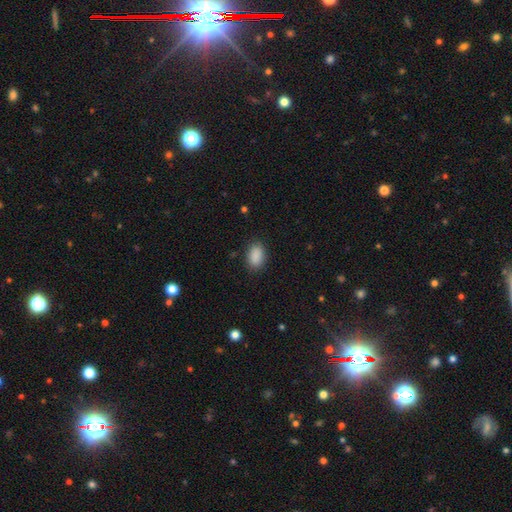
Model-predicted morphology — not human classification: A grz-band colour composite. It shows a smooth galaxy with no disk features (89%) that is in between round and cigar-shaped (87%). Merging: none (85%).